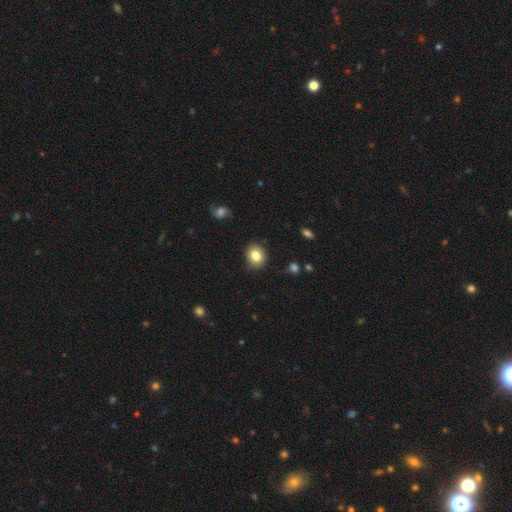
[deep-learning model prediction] Smooth or featured?
  - smooth: 83% *
  - star or artifact: 9%
  - featured or disk: 8%
How rounded?
  - round: 64% *
  - in between: 35%
  - cigar-shaped: 1%
Merging?
  - none: 86% *
  - minor disturbance: 11%
  - major disturbance: 2%
  - merger: 1%